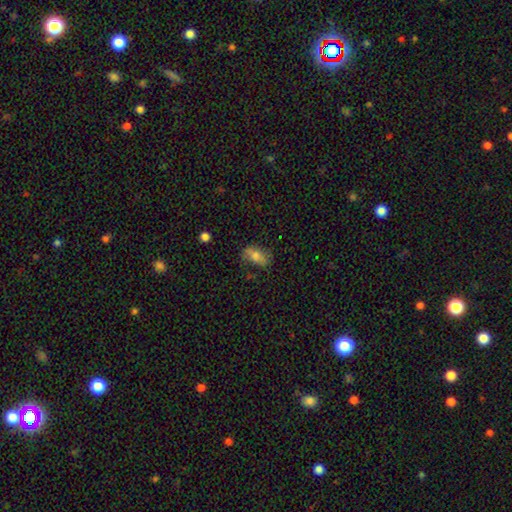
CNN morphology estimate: A smooth galaxy with no disk features (67%) that is in between round and cigar-shaped (85%).

Vote fractions:
- Smooth or featured? smooth: 67% / featured or disk: 24% / star or artifact: 9%
- How rounded? in between: 85% / cigar-shaped: 8% / round: 7%
- Merging? none: 69% / minor disturbance: 22% / major disturbance: 7% / merger: 2%